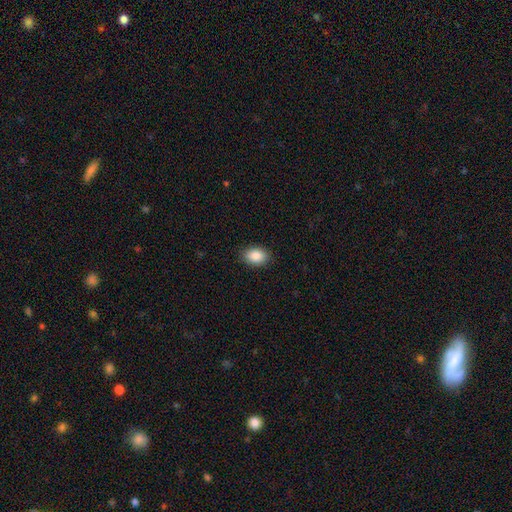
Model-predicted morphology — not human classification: This appears to be a smooth galaxy with no disk features (88%) that is in between round and cigar-shaped (82%). Merging: none (89%).